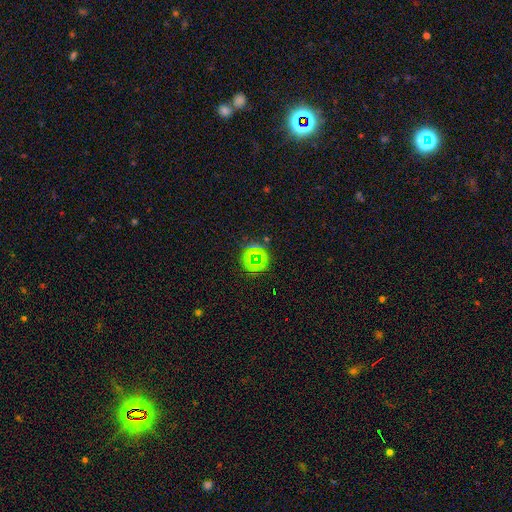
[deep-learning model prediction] Q: Smooth or featured?
A: star or artifact (63%); runner-up: smooth (25%)